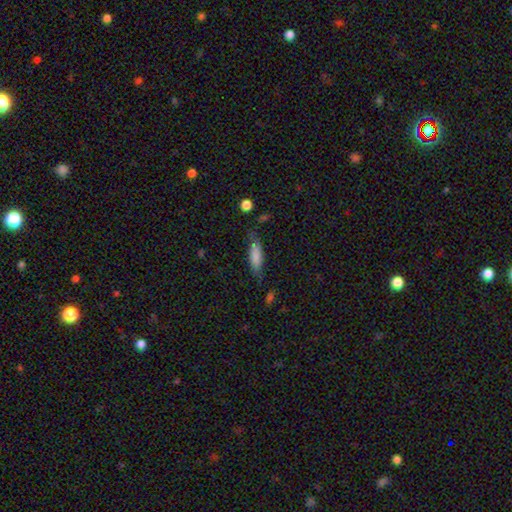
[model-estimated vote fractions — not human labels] Smooth or featured? Predicted: smooth (p=0.79). How rounded? Predicted: in between (p=0.50). Merging? Predicted: none (p=0.62).